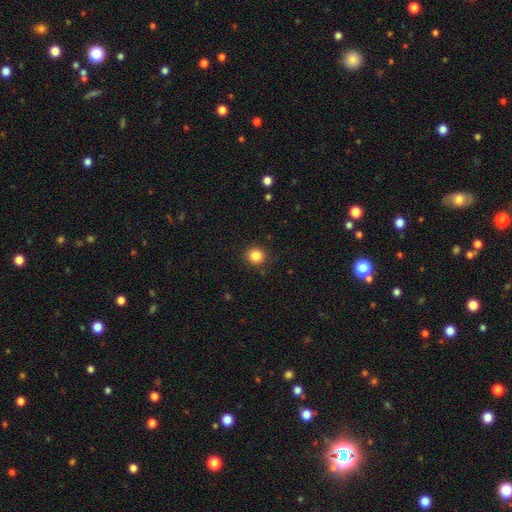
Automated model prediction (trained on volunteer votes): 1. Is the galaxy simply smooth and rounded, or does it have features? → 85% smooth, 11% star or artifact, 4% featured or disk.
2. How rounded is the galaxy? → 92% round, 7% in between, 1% cigar-shaped.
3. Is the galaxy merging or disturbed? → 89% none, 7% minor disturbance, 2% major disturbance, 1% merger.